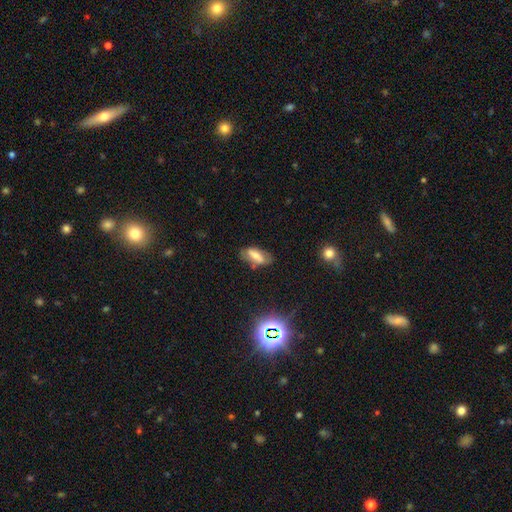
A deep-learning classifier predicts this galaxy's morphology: Smooth or featured? smooth (54%)
How rounded? in between (80%)
Merging? none (69%)